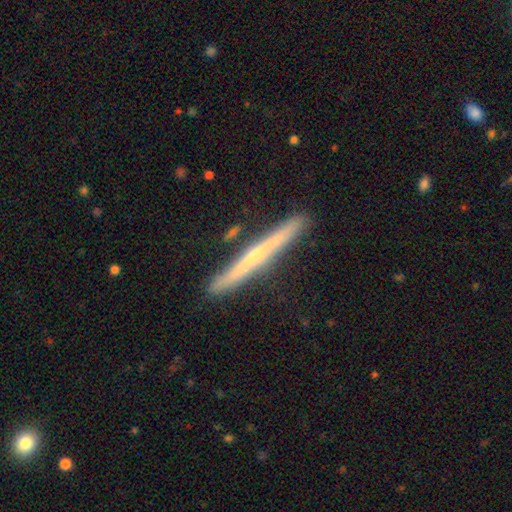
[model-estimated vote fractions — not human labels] The model was most divided on "edge-on bulge": none: 51%, rounded: 43%, boxy: 6%. More confident: edge-on disk — yes (97%); merging — none (88%); smooth or featured — featured or disk (65%).